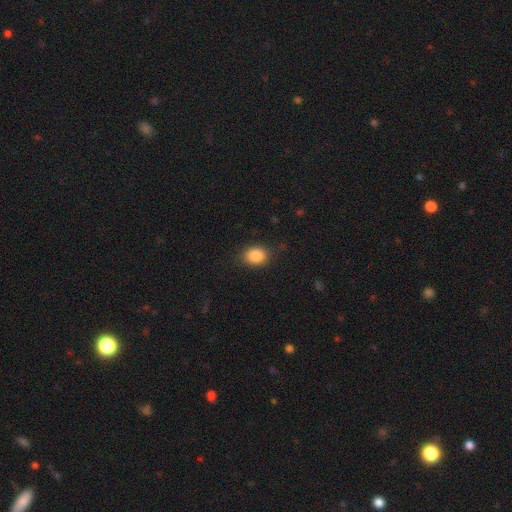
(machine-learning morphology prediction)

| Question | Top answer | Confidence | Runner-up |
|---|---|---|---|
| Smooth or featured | smooth | 86% | star or artifact (9%) |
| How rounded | in between | 60% | round (39%) |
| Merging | none | 84% | minor disturbance (12%) |